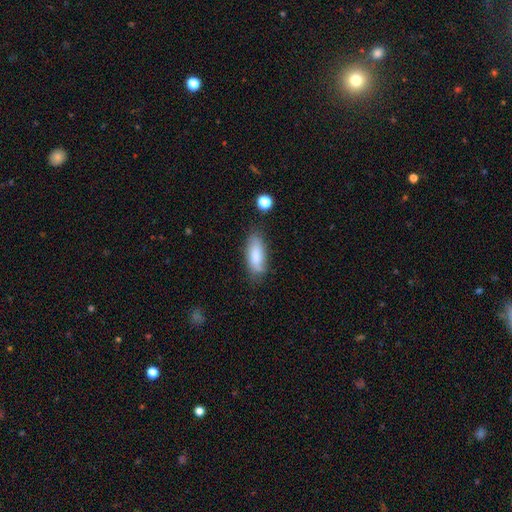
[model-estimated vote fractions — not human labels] Smooth or featured? Predicted: smooth (p=0.78). How rounded? Predicted: in between (p=0.74). Merging? Predicted: none (p=0.75).